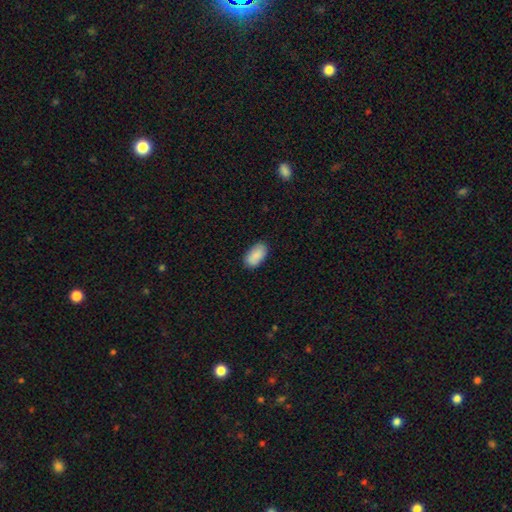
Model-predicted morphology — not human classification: Smooth or featured: smooth — 89% (star or artifact — 6%)
How rounded: in between — 94% (round — 4%)
Merging: none — 84% (minor disturbance — 12%)